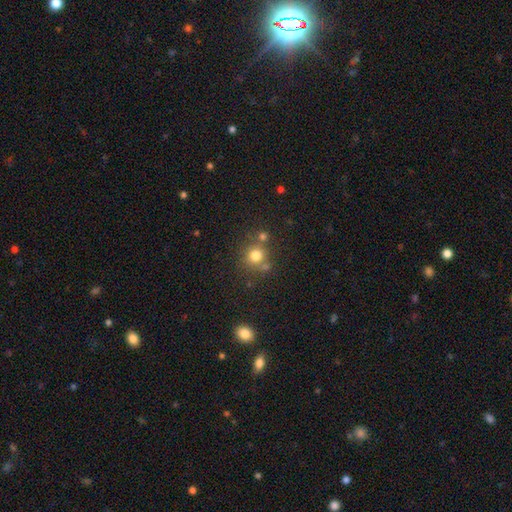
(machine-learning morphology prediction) This appears to be a smooth galaxy with no disk features (77%) that is round (90%). Merging: none (65%).